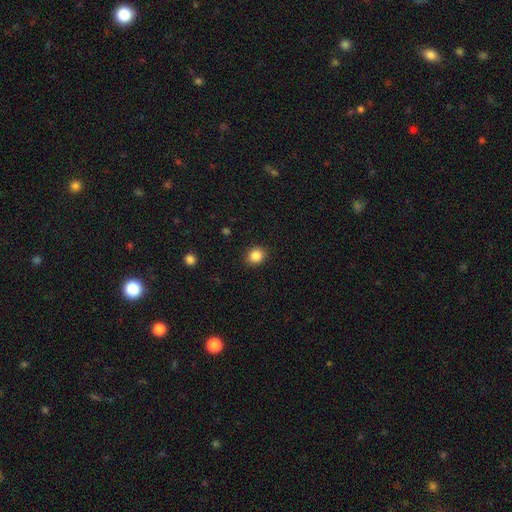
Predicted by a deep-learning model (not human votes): A smooth galaxy with no disk features (86%) that is round (73%).

Vote fractions:
- Smooth or featured? smooth: 86% / star or artifact: 10% / featured or disk: 4%
- How rounded? round: 73% / in between: 26% / cigar-shaped: 1%
- Merging? none: 91% / minor disturbance: 6% / major disturbance: 2% / merger: 1%